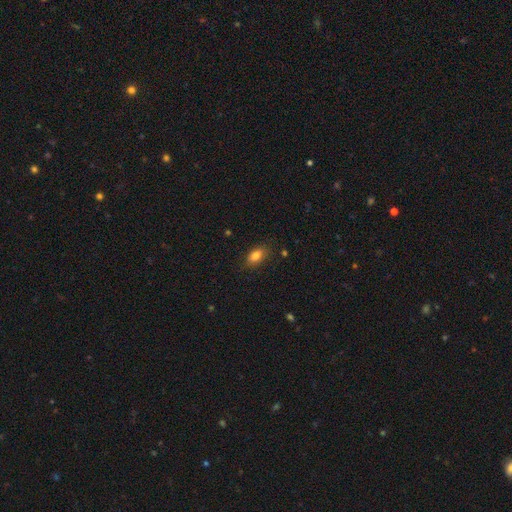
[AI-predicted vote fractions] This appears to be a smooth galaxy with no disk features (84%) that is in between round and cigar-shaped (88%). Merging: none (83%).